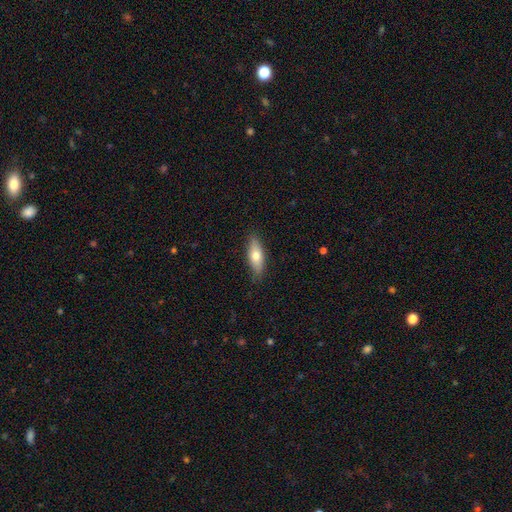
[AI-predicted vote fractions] Morphology: type=smooth (68%); roundness=in between (64%); merging=none (83%).